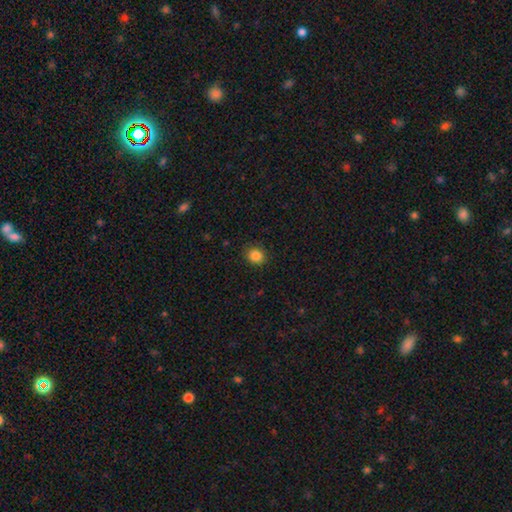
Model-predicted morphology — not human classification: smooth-or-featured: smooth: 86% | star or artifact: 11% | featured or disk: 4%
  how-rounded: round: 73% | in between: 26% | cigar-shaped: 1%
  merging: none: 89% | minor disturbance: 8% | major disturbance: 2% | merger: 1%